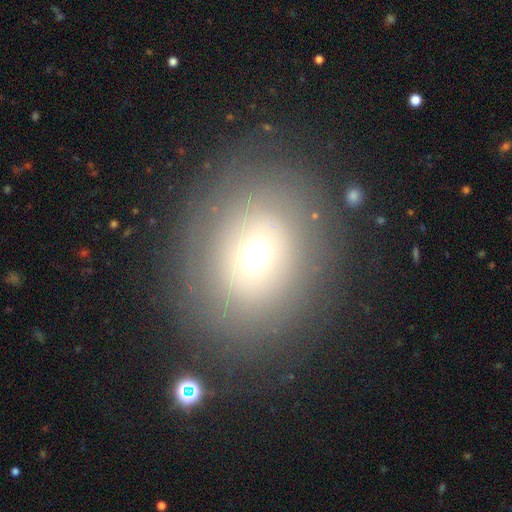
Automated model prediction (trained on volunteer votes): A smooth galaxy with no disk features (58%) that is round (63%).

Vote fractions:
- Smooth or featured? smooth: 58% / featured or disk: 26% / star or artifact: 16%
- How rounded? round: 63% / in between: 36% / cigar-shaped: 1%
- Merging? none: 79% / minor disturbance: 11% / major disturbance: 7% / merger: 2%